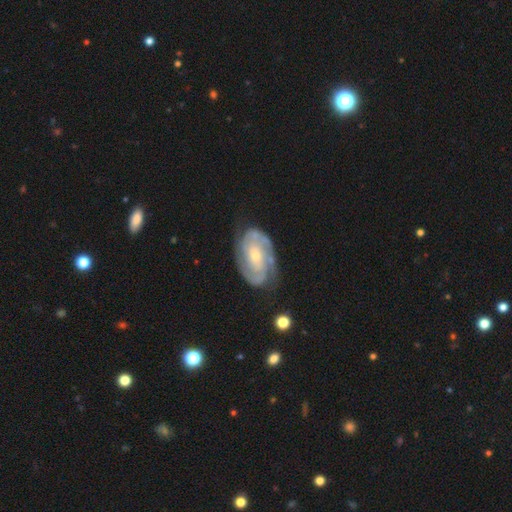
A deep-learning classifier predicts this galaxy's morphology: smooth-or-featured: featured or disk: 88% | smooth: 7% | star or artifact: 5%
  disk-edge-on: no: 97% | yes: 3%
    bar: no: 60% | weak: 29% | strong: 12%
    has-spiral-arms: yes: 97% | no: 3%
      spiral-winding: tight: 62% | medium: 32% | loose: 6%
      spiral-arm-count: 2: 67% | 3: 13% | can't tell: 11% | 4: 3% | 1: 3% | more than 4: 3%
    bulge-size: small: 65% | moderate: 30% | large: 2% | none: 2% | dominant: 1%
  merging: none: 75% | minor disturbance: 17% | major disturbance: 6% | merger: 2%